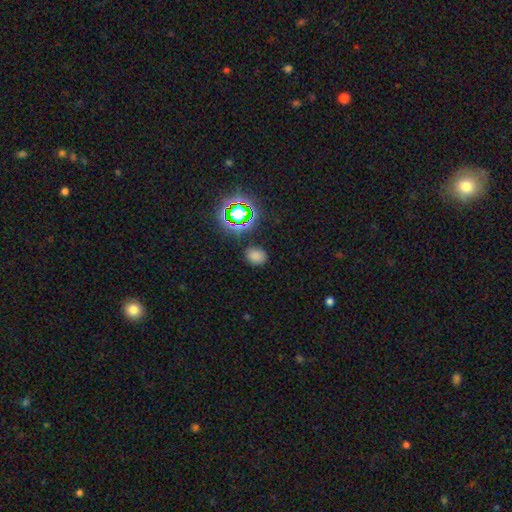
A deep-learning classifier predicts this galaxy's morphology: Smooth or featured? Predicted: smooth (p=0.71). How rounded? Predicted: in between (p=0.54). Merging? Predicted: none (p=0.83).